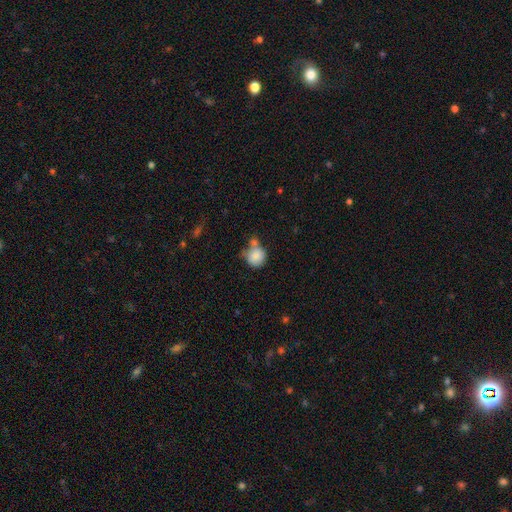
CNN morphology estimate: This appears to be a smooth galaxy with no disk features (84%) that is round (86%). Merging: none (46%).